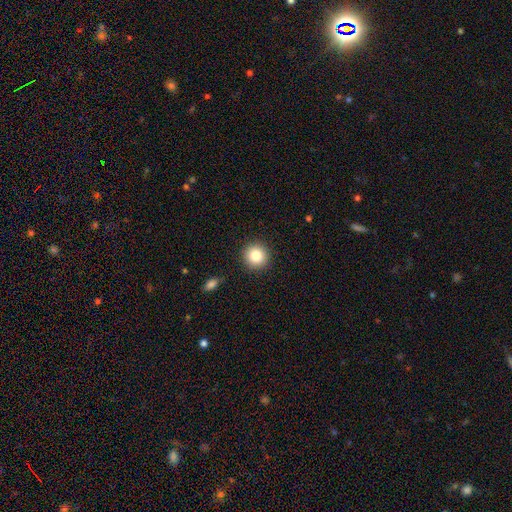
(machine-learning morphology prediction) type=smooth (83%); roundness=round (94%); merging=none (91%).